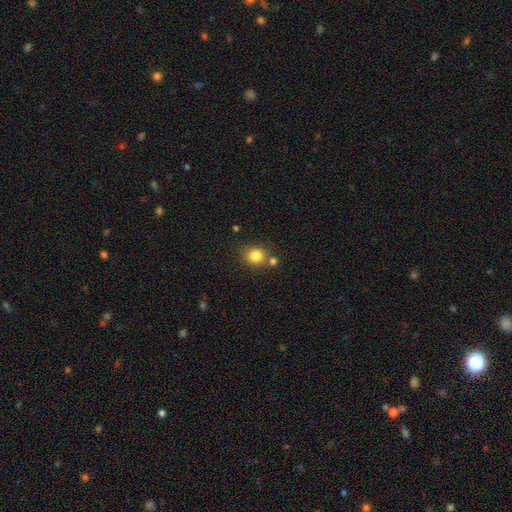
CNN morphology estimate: This appears to be a smooth galaxy with no disk features (82%) that is round (78%). Merging: none (68%).